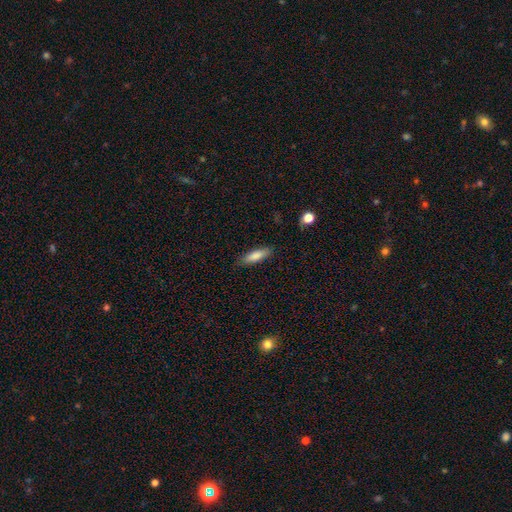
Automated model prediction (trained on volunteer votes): A smooth galaxy with no disk features (82%) that is cigar-shaped (56%). Merging: none (86%).